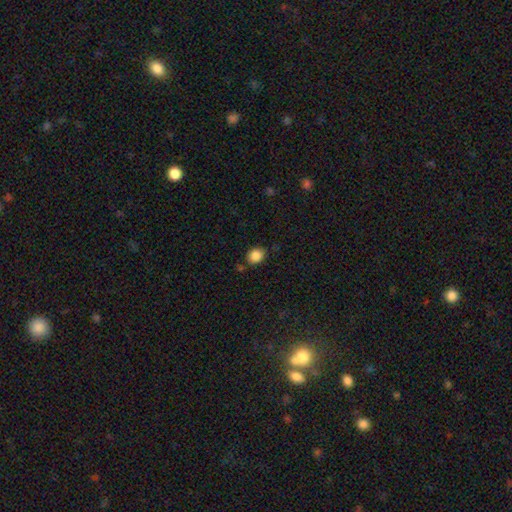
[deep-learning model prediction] The model was most divided on "how rounded": round: 53%, in between: 46%, cigar-shaped: 1%. More confident: smooth or featured — smooth (86%); merging — none (77%).